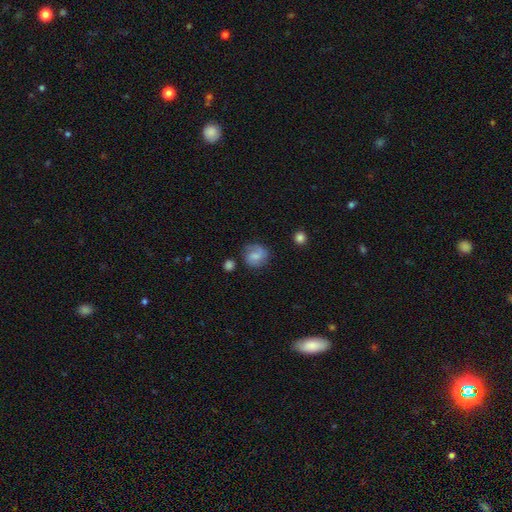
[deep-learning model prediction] Smooth or featured?
  - smooth: 59% *
  - featured or disk: 31%
  - star or artifact: 9%
How rounded?
  - round: 78% *
  - in between: 21%
  - cigar-shaped: 1%
Merging?
  - none: 66% *
  - minor disturbance: 22%
  - major disturbance: 9%
  - merger: 3%